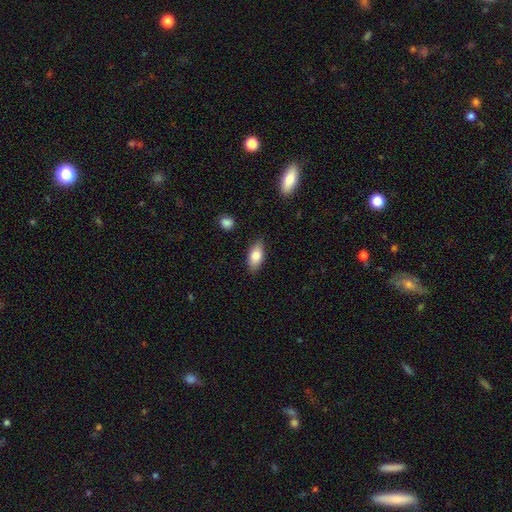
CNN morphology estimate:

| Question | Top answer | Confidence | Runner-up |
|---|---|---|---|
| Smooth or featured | smooth | 81% | featured or disk (13%) |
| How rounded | in between | 86% | cigar-shaped (10%) |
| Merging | none | 84% | minor disturbance (12%) |